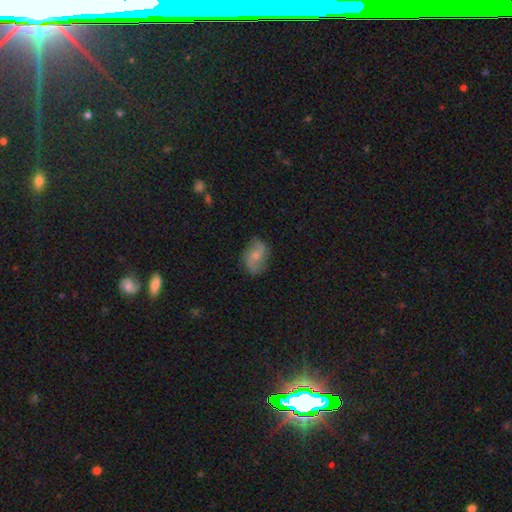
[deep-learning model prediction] featured or disk 51%, smooth 41%, star or artifact 8%. Down the decision tree: edge-on disk — no (96%); merging — none (75%).